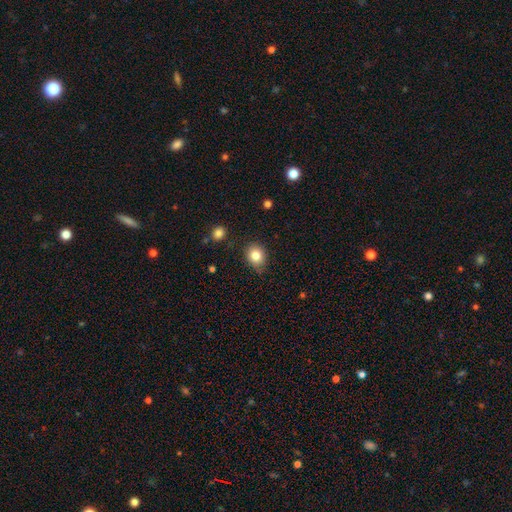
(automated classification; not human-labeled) Morphology: type=smooth (83%); roundness=round (62%); merging=none (77%).